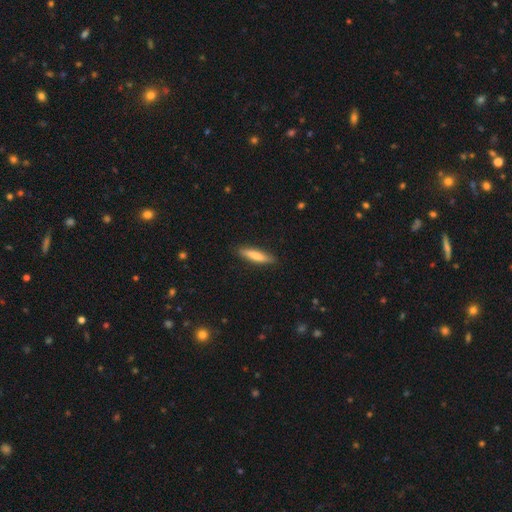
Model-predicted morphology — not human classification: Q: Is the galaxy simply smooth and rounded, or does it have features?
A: smooth — 78%.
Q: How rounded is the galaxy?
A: cigar-shaped — 83%.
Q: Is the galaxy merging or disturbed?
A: none — 88%.